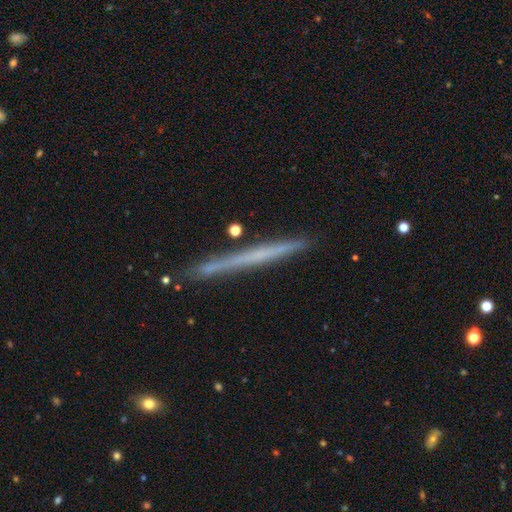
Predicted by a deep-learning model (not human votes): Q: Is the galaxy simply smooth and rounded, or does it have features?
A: featured or disk — 50%.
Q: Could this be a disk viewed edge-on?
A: yes — 97%.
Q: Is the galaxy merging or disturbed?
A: none — 88%.